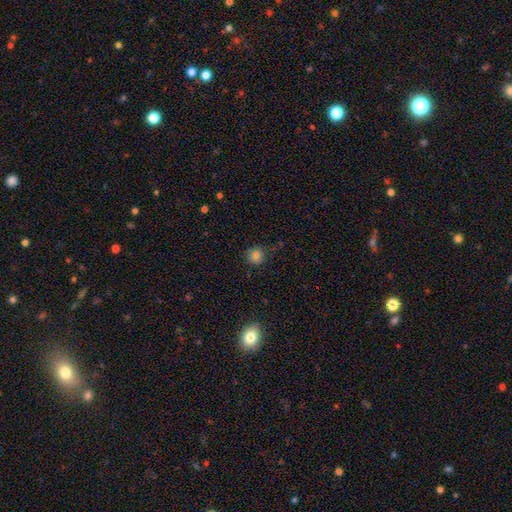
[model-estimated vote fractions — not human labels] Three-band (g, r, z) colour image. It shows a smooth galaxy with no disk features (81%) that is round (91%). Merging: none (84%).